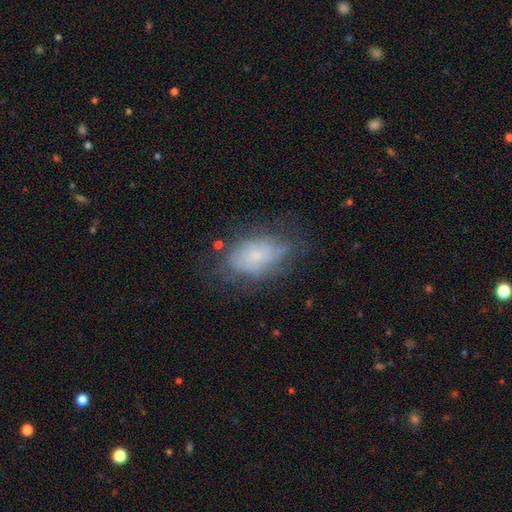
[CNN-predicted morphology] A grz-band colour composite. It shows a smooth galaxy with no disk features (49%). Merging: none (57%).